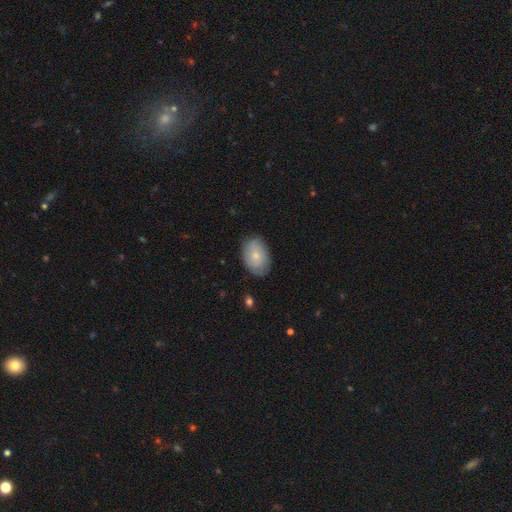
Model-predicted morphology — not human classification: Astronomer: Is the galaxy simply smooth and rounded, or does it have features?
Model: smooth — 70%.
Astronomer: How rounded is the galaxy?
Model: in between — 86%.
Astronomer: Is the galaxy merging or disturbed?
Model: none — 77%.